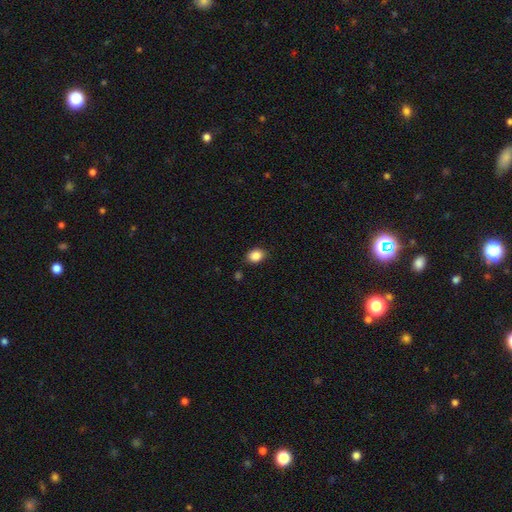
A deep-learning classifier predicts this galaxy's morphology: This appears to be a smooth galaxy with no disk features (87%) that is in between round and cigar-shaped (60%). Merging: none (84%).